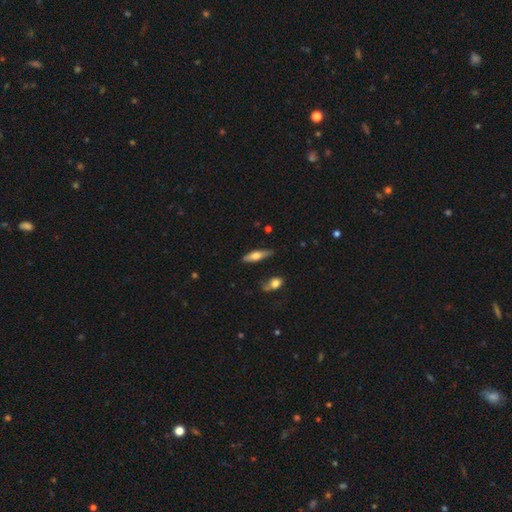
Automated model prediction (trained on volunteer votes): Smooth or featured?
  - smooth: 53% *
  - featured or disk: 41%
  - star or artifact: 6%
How rounded?
  - cigar-shaped: 62% *
  - in between: 35%
  - round: 3%
Merging?
  - none: 79% *
  - minor disturbance: 14%
  - merger: 4%
  - major disturbance: 3%